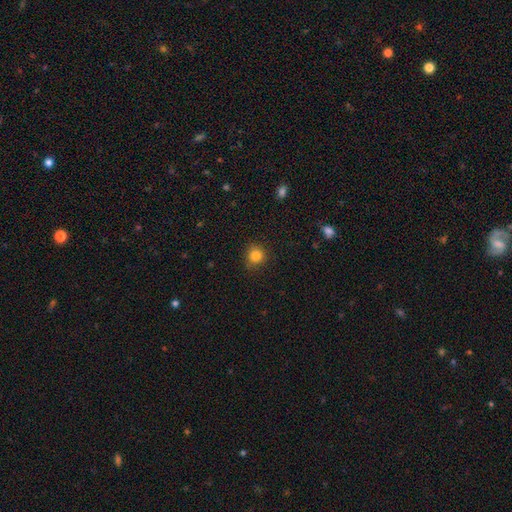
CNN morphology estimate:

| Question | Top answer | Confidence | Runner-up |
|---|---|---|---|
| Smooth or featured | smooth | 84% | star or artifact (12%) |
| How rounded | round | 88% | in between (11%) |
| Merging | none | 85% | minor disturbance (11%) |